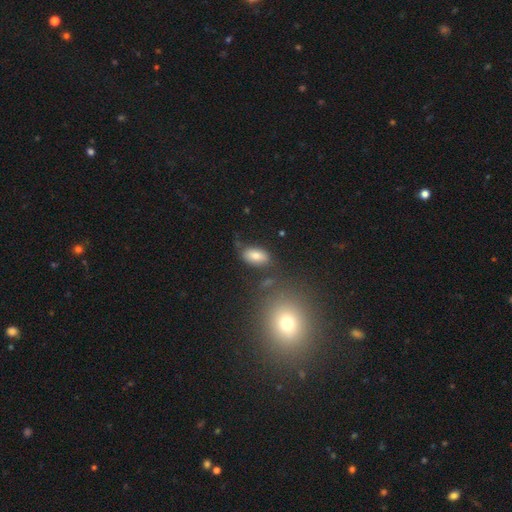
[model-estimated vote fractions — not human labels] smooth-or-featured: smooth: 78% | featured or disk: 12% | star or artifact: 10%
  how-rounded: in between: 91% | round: 6% | cigar-shaped: 3%
  merging: none: 66% | minor disturbance: 19% | major disturbance: 7% | merger: 7%